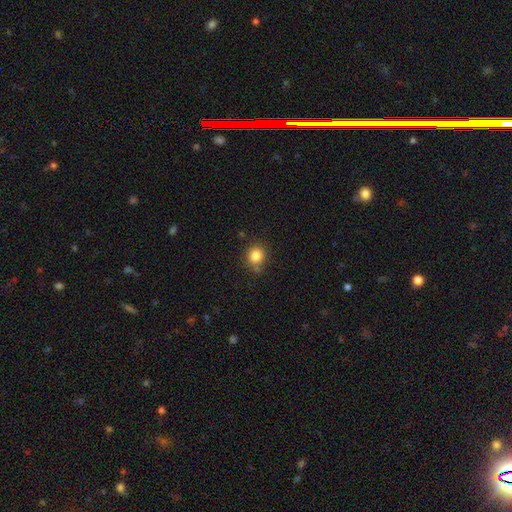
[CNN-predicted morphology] A smooth galaxy with no disk features (84%) that is round (86%). Merging: none (76%).